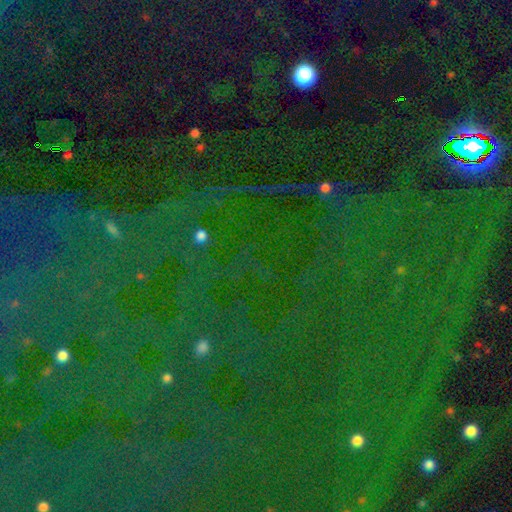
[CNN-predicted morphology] A star or artifact, not a galaxy (84%).

Vote fractions:
- Smooth or featured? star or artifact: 84% / smooth: 9% / featured or disk: 7%